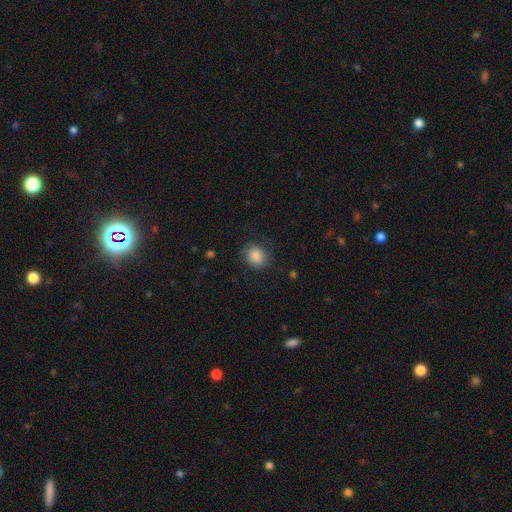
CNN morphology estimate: This appears to be a smooth galaxy with no disk features (86%) that is round (62%). Merging: none (80%).